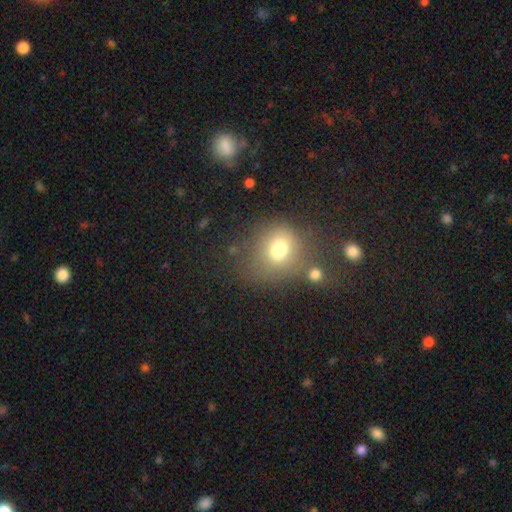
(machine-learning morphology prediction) Overall: smooth (63%; star or artifact 27%). How rounded: round (73%). Merging: none (69%).